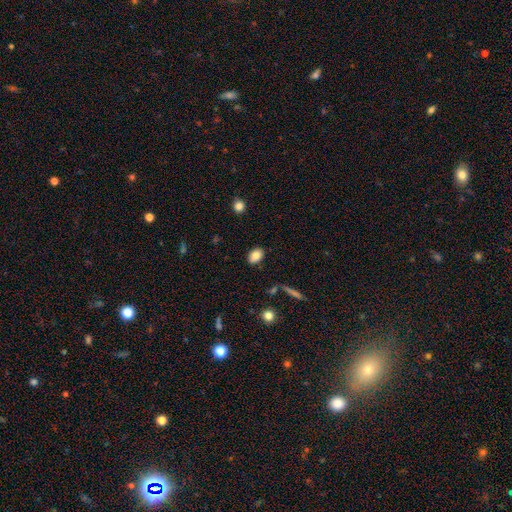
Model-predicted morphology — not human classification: The model was most divided on "how rounded": in between: 80%, round: 18%, cigar-shaped: 2%. More confident: merging — none (86%); smooth or featured — smooth (84%).